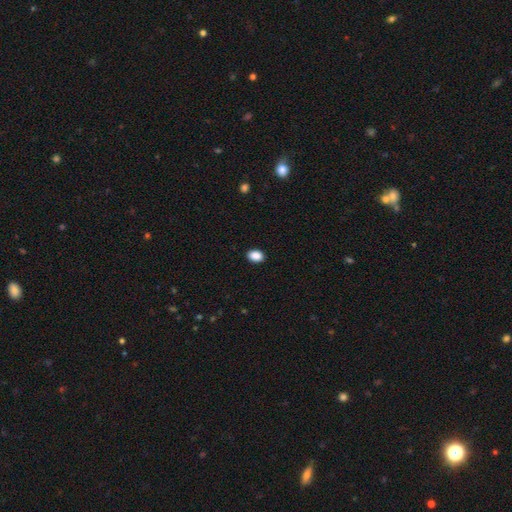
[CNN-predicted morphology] A smooth galaxy with no disk features (89%) that is in between round and cigar-shaped (78%). Merging: none (90%).